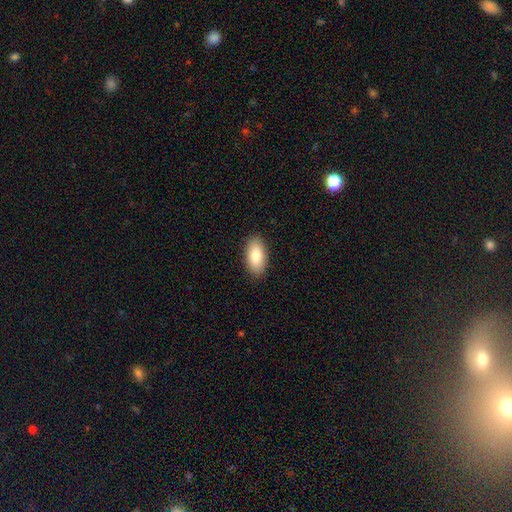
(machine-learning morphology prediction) Smooth or featured?
  - smooth: 83% *
  - featured or disk: 10%
  - star or artifact: 6%
How rounded?
  - in between: 94% *
  - cigar-shaped: 3%
  - round: 3%
Merging?
  - none: 89% *
  - minor disturbance: 8%
  - major disturbance: 2%
  - merger: 1%